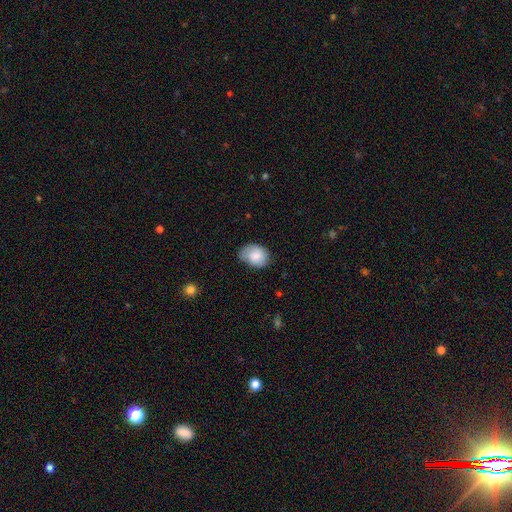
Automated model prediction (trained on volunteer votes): Q: Smooth or featured?
A: smooth (83%); runner-up: featured or disk (10%)
Q: How rounded?
A: in between (70%); runner-up: round (29%)
Q: Merging?
A: none (60%); runner-up: minor disturbance (32%)